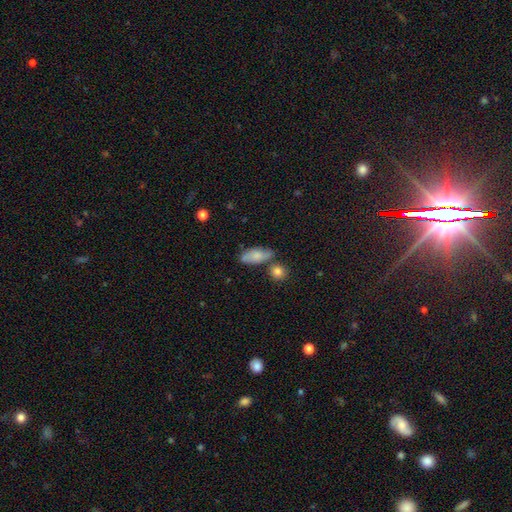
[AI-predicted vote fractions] The model was most divided on "merging": none: 59%, minor disturbance: 22%, merger: 13%, major disturbance: 6%. More confident: how rounded — in between (84%); smooth or featured — smooth (72%).